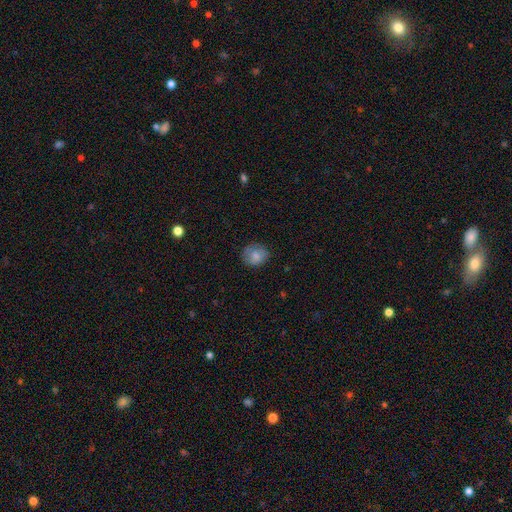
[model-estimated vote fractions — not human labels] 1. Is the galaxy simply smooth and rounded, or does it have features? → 79% smooth, 12% featured or disk, 9% star or artifact.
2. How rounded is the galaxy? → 74% round, 25% in between, 1% cigar-shaped.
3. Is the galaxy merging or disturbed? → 75% none, 18% minor disturbance, 5% major disturbance, 1% merger.